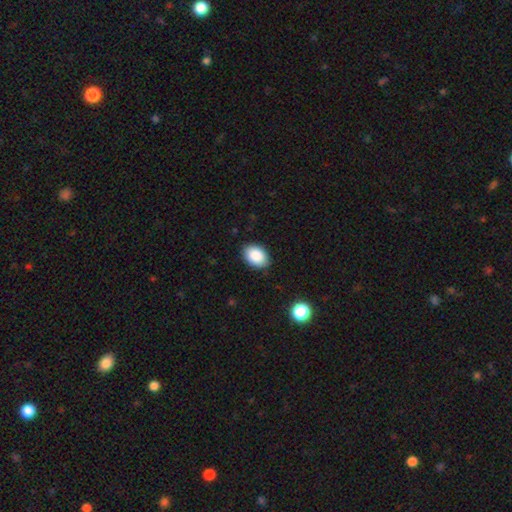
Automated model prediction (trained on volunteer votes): smooth 88%, star or artifact 7%, featured or disk 4%. Down the decision tree: how rounded — in between (85%); merging — none (87%).